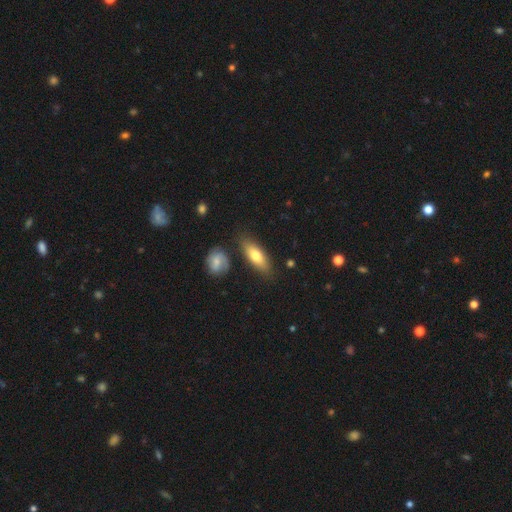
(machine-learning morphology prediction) Smooth or featured?
  - smooth: 72% *
  - featured or disk: 22%
  - star or artifact: 6%
How rounded?
  - in between: 67% *
  - cigar-shaped: 30%
  - round: 3%
Merging?
  - none: 79% *
  - minor disturbance: 14%
  - merger: 4%
  - major disturbance: 3%